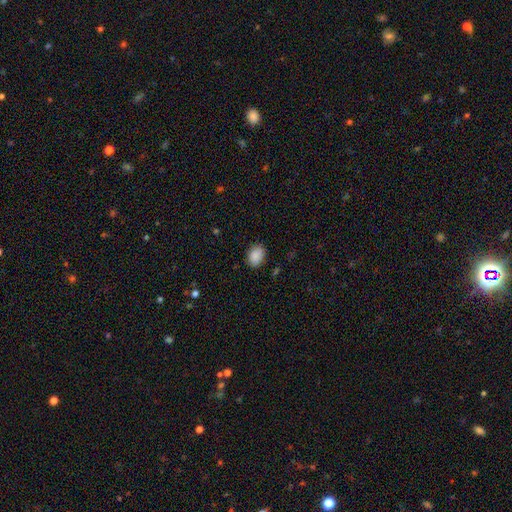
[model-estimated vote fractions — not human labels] The model was most divided on "how rounded": in between: 72%, round: 27%, cigar-shaped: 1%. More confident: smooth or featured — smooth (89%); merging — none (86%).